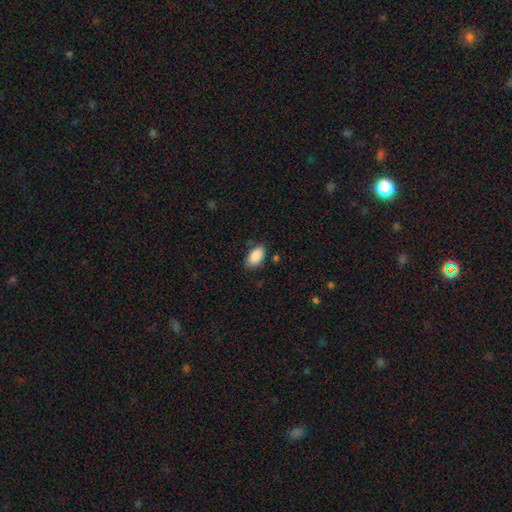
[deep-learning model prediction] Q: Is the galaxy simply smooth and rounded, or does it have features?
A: smooth — 90%.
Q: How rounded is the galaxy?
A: in between — 94%.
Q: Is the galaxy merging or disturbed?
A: none — 78%.